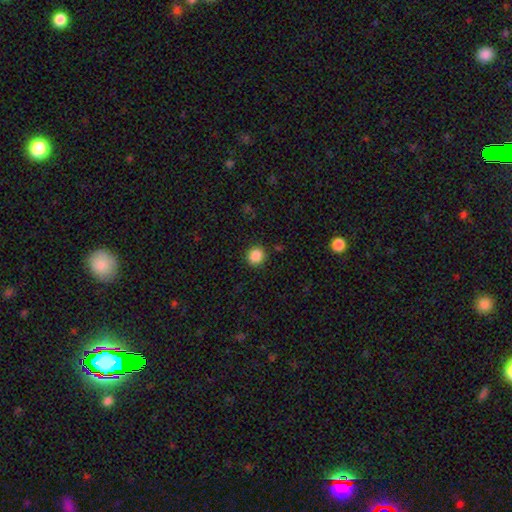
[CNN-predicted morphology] type=smooth (87%); roundness=round (91%); merging=none (91%).